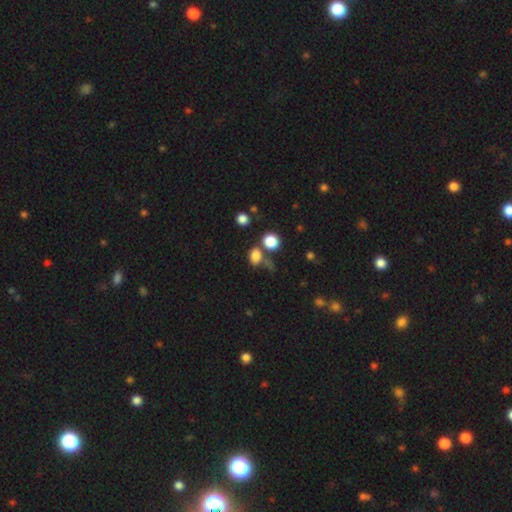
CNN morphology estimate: This appears to be a smooth galaxy with no disk features (79%) that is in between round and cigar-shaped (59%). Merging: none (47%).